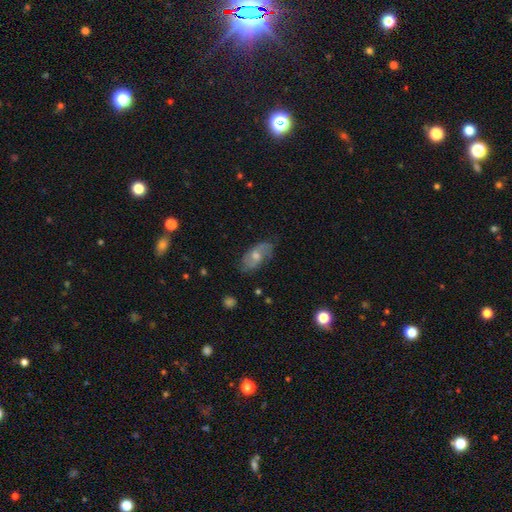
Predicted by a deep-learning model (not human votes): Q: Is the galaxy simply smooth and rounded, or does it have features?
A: featured or disk — 63%.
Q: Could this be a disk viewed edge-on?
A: no — 91%.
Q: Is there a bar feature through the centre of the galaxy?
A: no — 63%.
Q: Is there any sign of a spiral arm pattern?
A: yes — 82%.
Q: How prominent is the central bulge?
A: moderate — 62%.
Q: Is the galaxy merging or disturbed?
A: none — 77%.